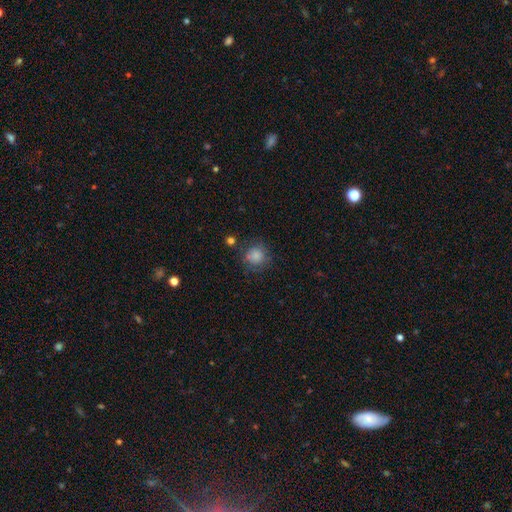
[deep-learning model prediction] Overall: smooth (82%). How rounded: round (90%). Merging: none (74%).